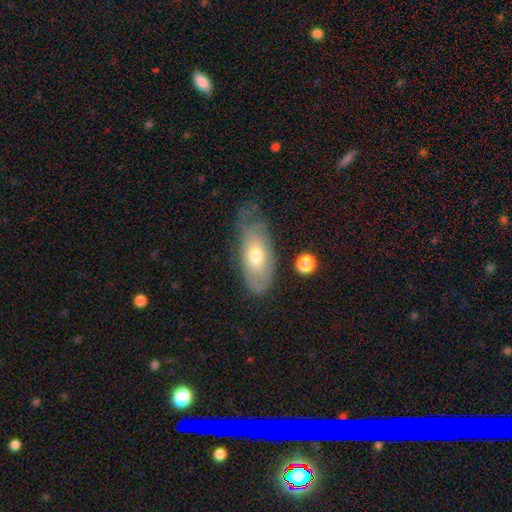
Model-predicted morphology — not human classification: A featured or disk galaxy (52%). Merging: none (49%).